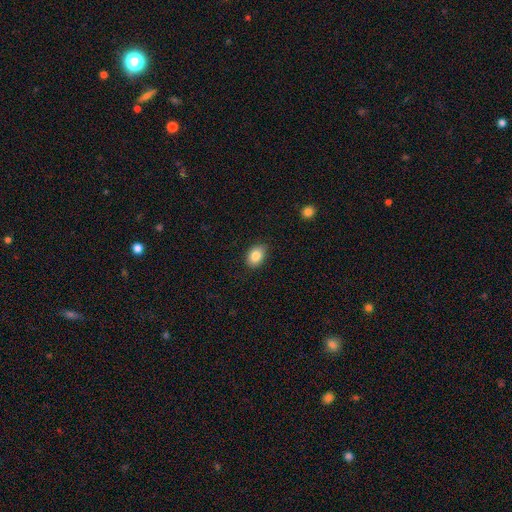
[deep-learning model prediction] Morphology: type=smooth (85%); roundness=in between (78%); merging=none (83%).